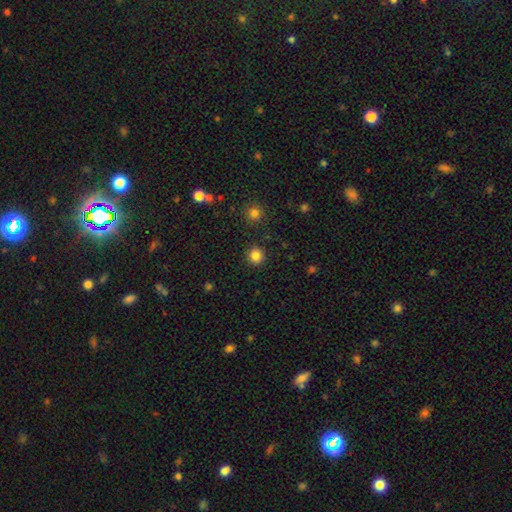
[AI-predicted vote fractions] Smooth or featured?
  - smooth: 85% *
  - star or artifact: 11%
  - featured or disk: 4%
How rounded?
  - round: 92% *
  - in between: 7%
  - cigar-shaped: 1%
Merging?
  - none: 91% *
  - minor disturbance: 5%
  - major disturbance: 2%
  - merger: 1%